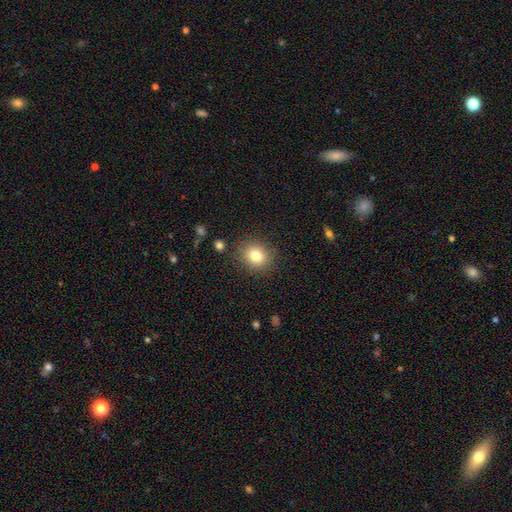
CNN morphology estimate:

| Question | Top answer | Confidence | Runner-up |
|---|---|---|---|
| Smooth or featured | smooth | 81% | star or artifact (11%) |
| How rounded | round | 70% | in between (29%) |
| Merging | none | 86% | minor disturbance (9%) |